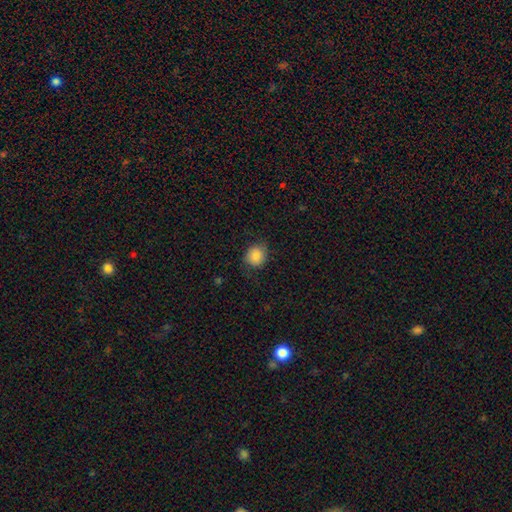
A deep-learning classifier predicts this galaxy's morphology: Q: Smooth or featured?
A: smooth (86%); runner-up: star or artifact (8%)
Q: How rounded?
A: round (75%); runner-up: in between (24%)
Q: Merging?
A: none (78%); runner-up: minor disturbance (16%)